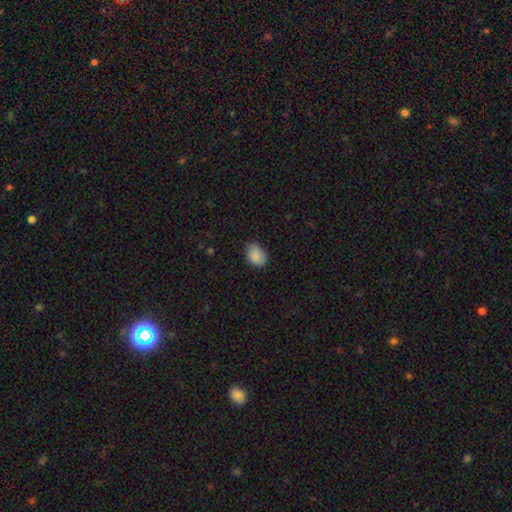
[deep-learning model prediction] Smooth or featured?
  - smooth: 87% *
  - star or artifact: 8%
  - featured or disk: 5%
How rounded?
  - in between: 70% *
  - round: 29%
  - cigar-shaped: 1%
Merging?
  - none: 70% *
  - minor disturbance: 25%
  - major disturbance: 4%
  - merger: 1%